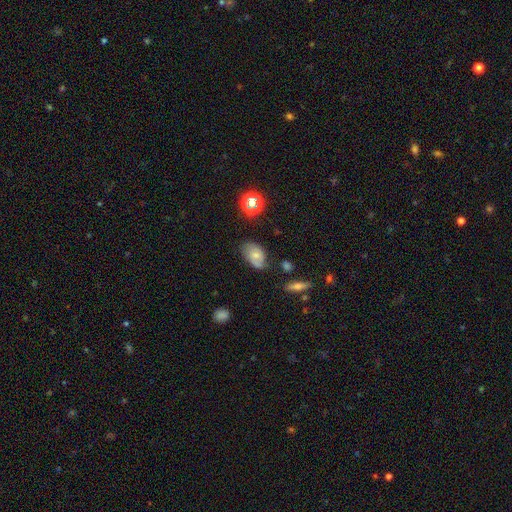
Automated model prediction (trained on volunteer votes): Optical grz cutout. It shows a smooth galaxy with no disk features (54%) that is in between round and cigar-shaped (87%). Merging: none (57%).